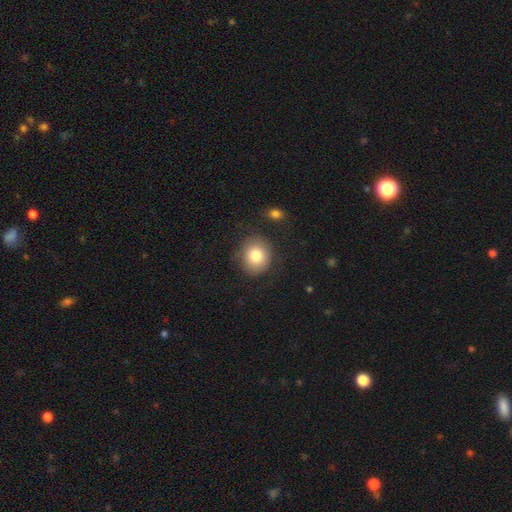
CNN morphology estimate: This appears to be a smooth galaxy with no disk features (81%) that is round (75%). Merging: none (82%).